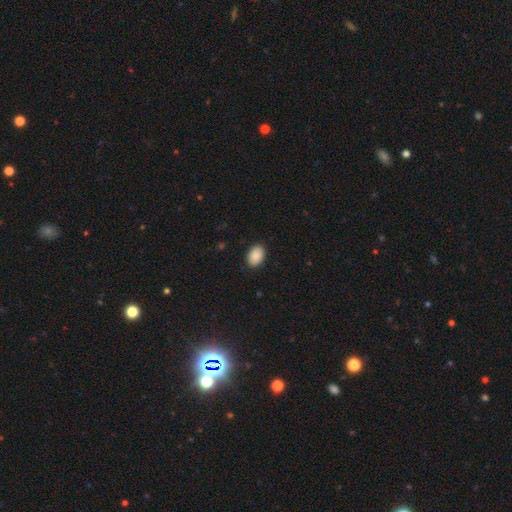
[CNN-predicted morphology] smooth 90%, star or artifact 7%, featured or disk 3%. Down the decision tree: how rounded — in between (87%); merging — none (89%).